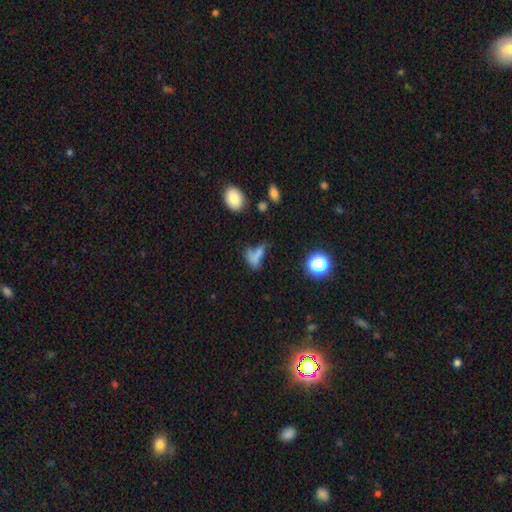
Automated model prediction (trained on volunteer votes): Overall: smooth (63%). How rounded: in between (62%). Merging: merger (34%; none 29%).